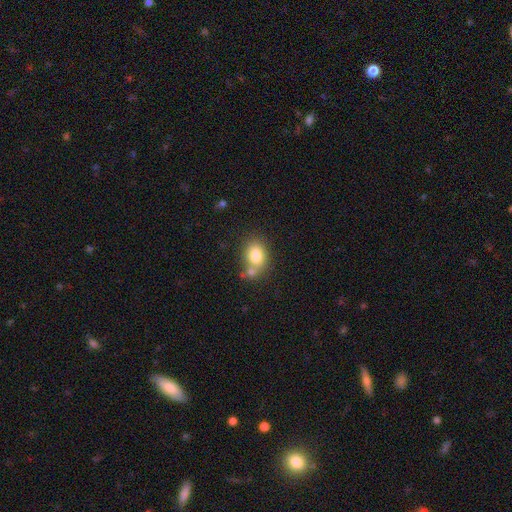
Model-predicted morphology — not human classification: Smooth or featured: smooth — 79% (featured or disk — 11%)
How rounded: in between — 59% (round — 40%)
Merging: none — 52% (merger — 29%)